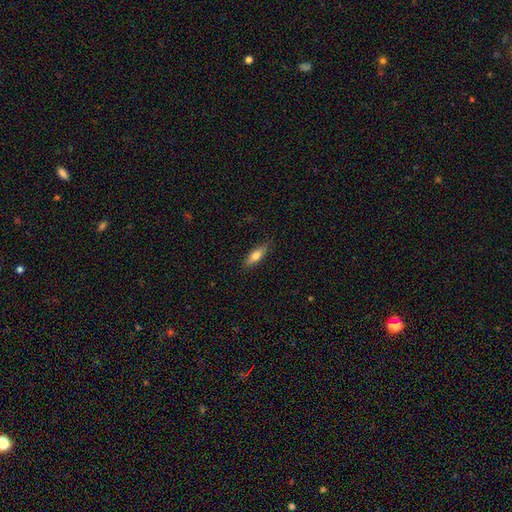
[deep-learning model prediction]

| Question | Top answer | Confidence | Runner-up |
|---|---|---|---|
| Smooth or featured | smooth | 67% | featured or disk (26%) |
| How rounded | cigar-shaped | 49% | in between (48%) |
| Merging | none | 85% | minor disturbance (12%) |